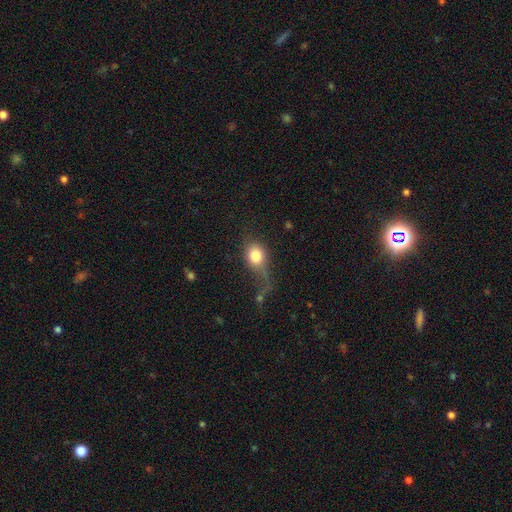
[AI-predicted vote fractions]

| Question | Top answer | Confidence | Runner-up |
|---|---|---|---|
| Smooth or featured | smooth | 76% | featured or disk (15%) |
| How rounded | round | 50% | in between (48%) |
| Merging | none | 36% | major disturbance (33%) |